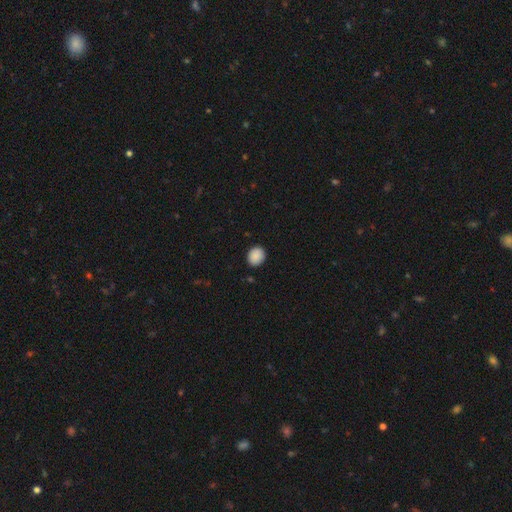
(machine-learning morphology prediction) The model was most divided on "how rounded": round: 63%, in between: 36%, cigar-shaped: 1%. More confident: smooth or featured — smooth (89%); merging — none (89%).